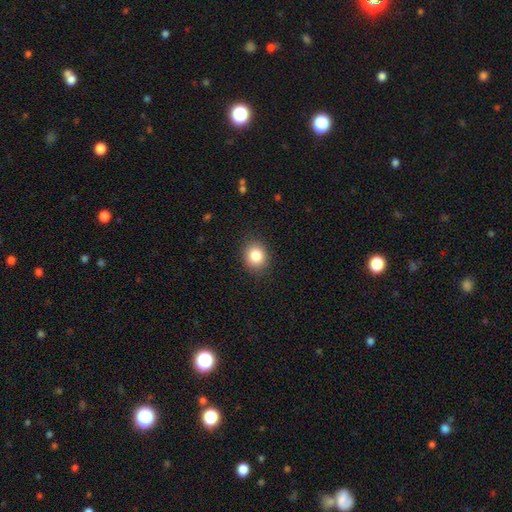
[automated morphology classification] Smooth or featured? smooth (85%)
How rounded? round (70%)
Merging? none (88%)